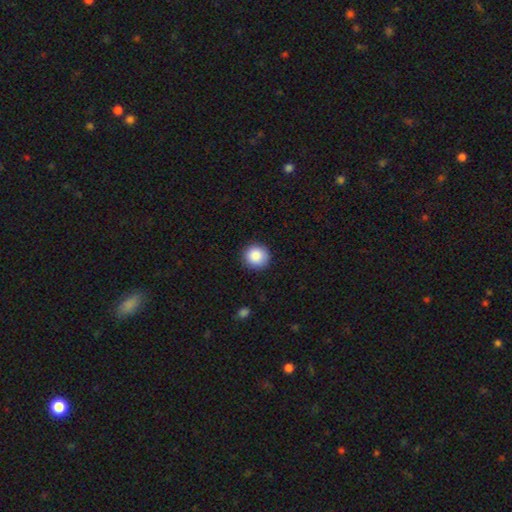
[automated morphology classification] Overall: smooth (88%). How rounded: round (93%). Merging: none (91%).